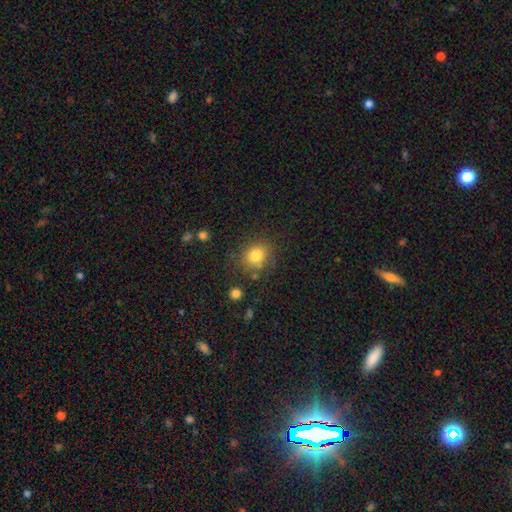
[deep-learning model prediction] The model was most divided on "how rounded": round: 73%, in between: 26%, cigar-shaped: 1%. More confident: smooth or featured — smooth (80%); merging — none (76%).